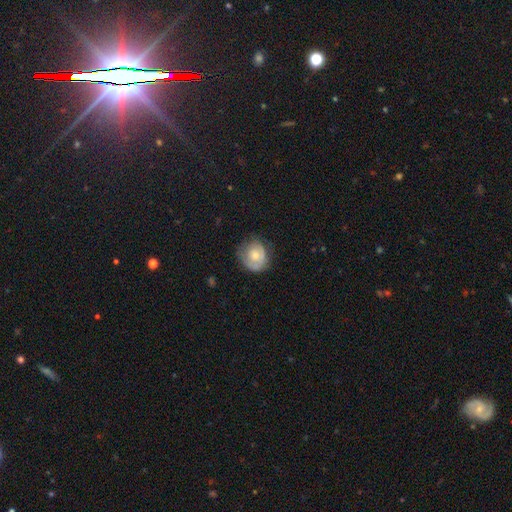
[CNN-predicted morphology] smooth_or_featured: smooth (p=0.55) [alt: featured or disk p=0.38]
how_rounded: round (p=0.75) [alt: in between p=0.24]
merging: none (p=0.59) [alt: minor disturbance p=0.28]